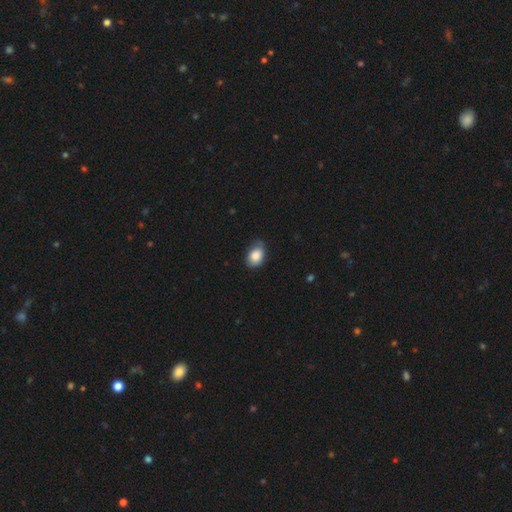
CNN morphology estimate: Smooth or featured? Predicted: smooth (p=0.85). How rounded? Predicted: in between (p=0.80). Merging? Predicted: none (p=0.61).